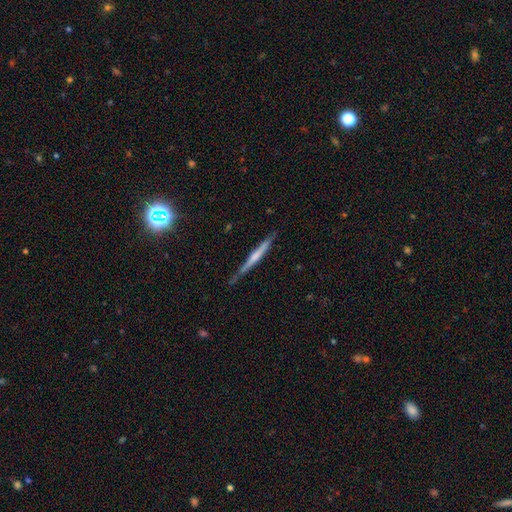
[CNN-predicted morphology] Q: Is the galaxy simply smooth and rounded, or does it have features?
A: featured or disk — 58%.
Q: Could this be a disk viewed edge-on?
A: yes — 97%.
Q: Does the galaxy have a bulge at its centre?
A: none — 47%.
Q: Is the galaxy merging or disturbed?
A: none — 80%.